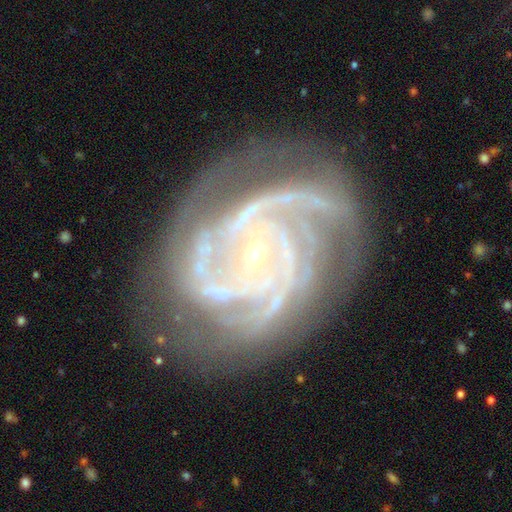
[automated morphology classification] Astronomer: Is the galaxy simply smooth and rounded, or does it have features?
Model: featured or disk — 92%.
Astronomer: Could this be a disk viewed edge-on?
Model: no — 98%.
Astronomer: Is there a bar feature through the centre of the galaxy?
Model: no — 64%.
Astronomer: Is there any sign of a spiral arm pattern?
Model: yes — 99%.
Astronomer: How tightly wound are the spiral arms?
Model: tight — 68%.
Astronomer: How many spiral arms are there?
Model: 3 — 36% (runner-up: 4, 27%).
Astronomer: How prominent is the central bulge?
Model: small — 86%.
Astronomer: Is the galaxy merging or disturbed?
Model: none — 73%.